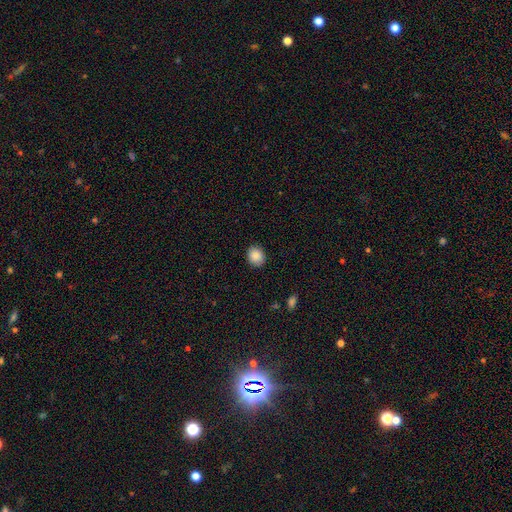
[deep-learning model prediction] smooth-or-featured: smooth: 88% | star or artifact: 8% | featured or disk: 4%
  how-rounded: round: 67% | in between: 32% | cigar-shaped: 1%
  merging: none: 89% | minor disturbance: 8% | major disturbance: 2% | merger: 1%